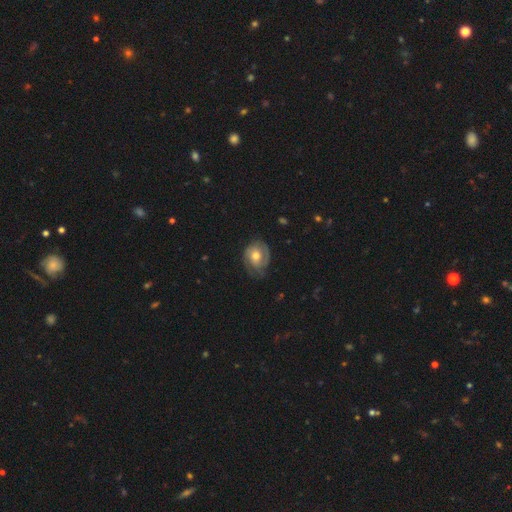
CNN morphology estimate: This is likely a featured or disk galaxy (65%). It is clearly not viewed edge-on (97%). Bar: likely no (65%). Spiral arm pattern: clearly yes (85%). Spiral arm count: possibly 2 (55%). Spiral winding: possibly tight (52%). Central bulge: likely moderate (72%). Merging: likely none (64%).